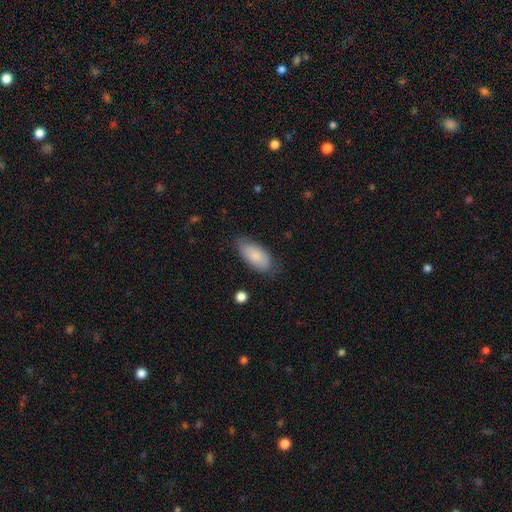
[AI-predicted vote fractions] A smooth galaxy with no disk features (84%) that is in between round and cigar-shaped (90%).

Vote fractions:
- Smooth or featured? smooth: 84% / featured or disk: 10% / star or artifact: 6%
- How rounded? in between: 90% / cigar-shaped: 8% / round: 2%
- Merging? none: 76% / minor disturbance: 19% / major disturbance: 4% / merger: 1%